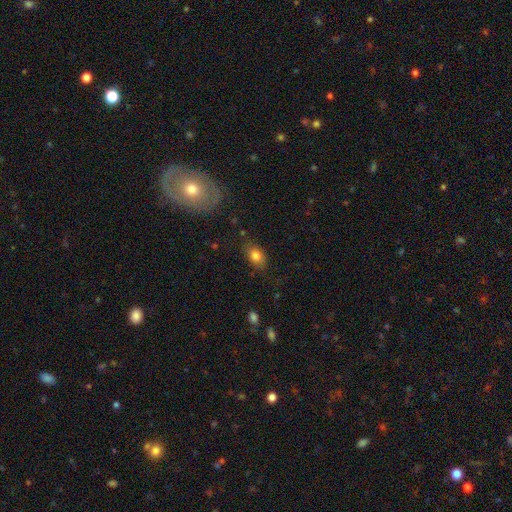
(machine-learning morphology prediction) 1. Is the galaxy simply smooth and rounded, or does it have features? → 81% smooth, 10% featured or disk, 9% star or artifact.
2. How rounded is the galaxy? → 78% in between, 20% round, 2% cigar-shaped.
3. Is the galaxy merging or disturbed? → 77% none, 17% minor disturbance, 4% major disturbance, 2% merger.